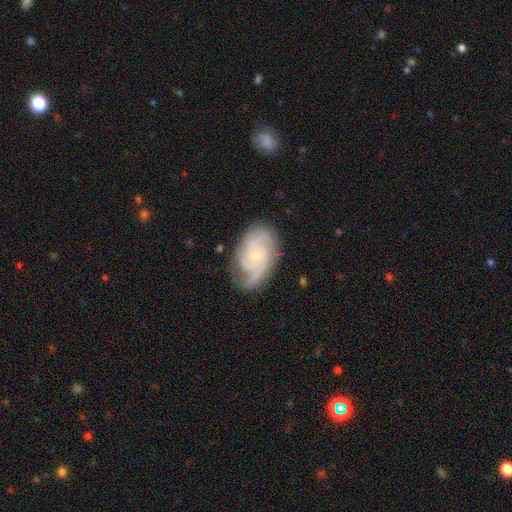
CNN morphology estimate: A featured or disk galaxy (87%) with no bar (70%), 3 (36%, tied with 2) tight (48%) spiral arms (97%) and a small central bulge (71%).

Vote fractions:
- Smooth or featured? featured or disk: 87% / smooth: 8% / star or artifact: 5%
- Edge-on disk? no: 97% / yes: 3%
- Bar? no: 70% / weak: 26% / strong: 4%
- Spiral arms? yes: 97% / no: 3%
- Spiral winding? tight: 48% / medium: 42% / loose: 10%
- Spiral arm count? 3: 36% (tied) / 2: 36% (tied) / can't tell: 13% / 4: 6% / 1: 4% / more than 4: 4%
- Bulge size? small: 71% / moderate: 25% / none: 2% / large: 1% / dominant: 1%
- Merging? none: 74% / minor disturbance: 19% / major disturbance: 6% / merger: 1%